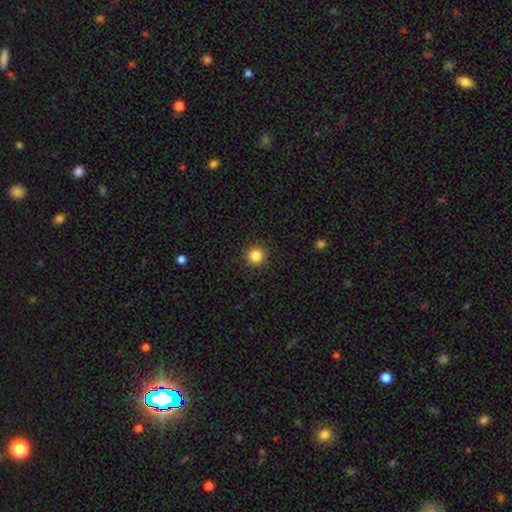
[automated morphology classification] This is clearly a smooth galaxy (86%). How rounded: clearly round (95%). Merging: clearly none (92%).